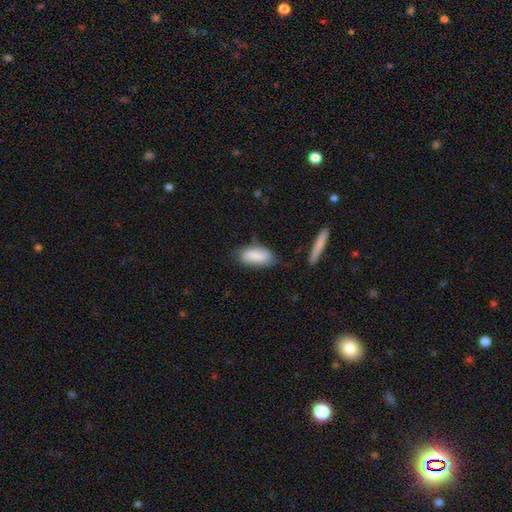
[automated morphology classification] This is likely a smooth galaxy (78%). How rounded: clearly in between (86%). Merging: likely none (64%).